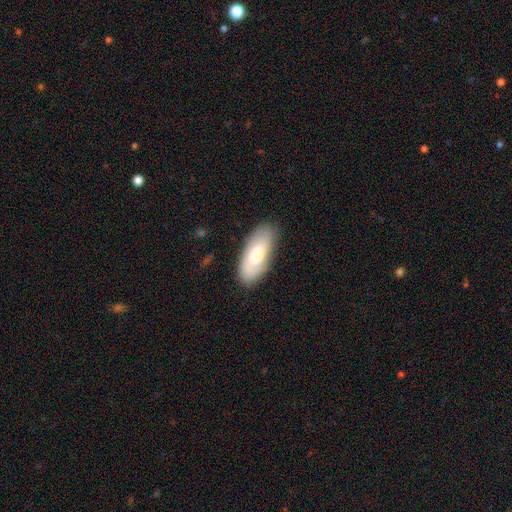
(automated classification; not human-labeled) A smooth galaxy with no disk features (65%) that is in between round and cigar-shaped (83%).

Vote fractions:
- Smooth or featured? smooth: 65% / featured or disk: 29% / star or artifact: 6%
- How rounded? in between: 83% / cigar-shaped: 15% / round: 2%
- Merging? none: 78% / minor disturbance: 16% / major disturbance: 4% / merger: 2%